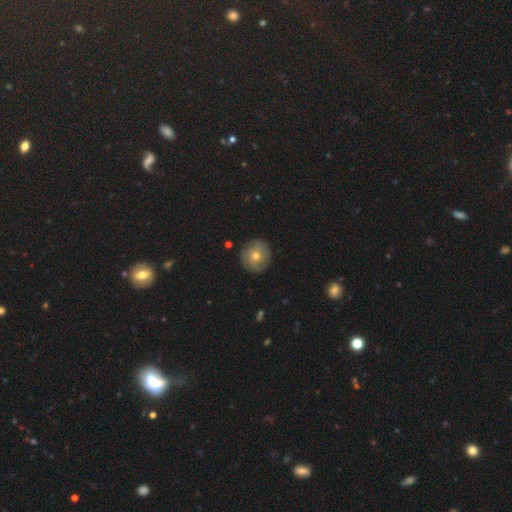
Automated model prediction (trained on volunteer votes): Smooth or featured? smooth (56%)
How rounded? round (93%)
Merging? none (87%)